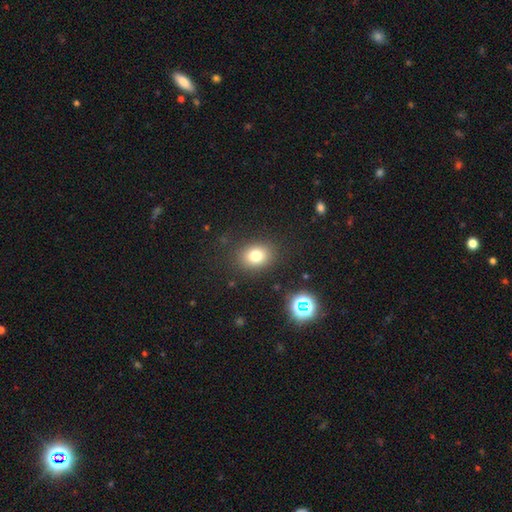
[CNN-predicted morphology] type=smooth (77%); roundness=in between (51%); merging=none (85%).